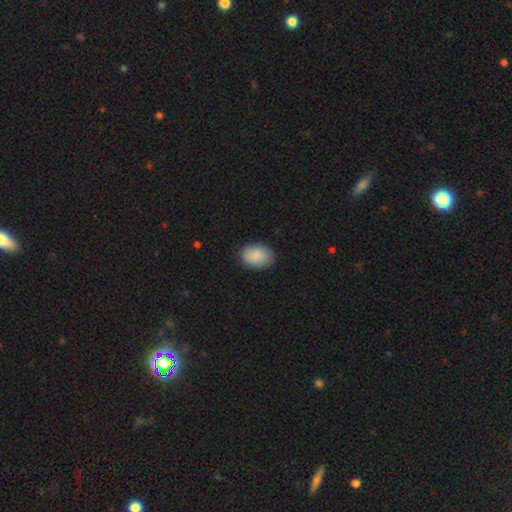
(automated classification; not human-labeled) Smooth or featured: smooth — 88% (star or artifact — 6%)
How rounded: in between — 80% (round — 19%)
Merging: none — 85% (minor disturbance — 11%)